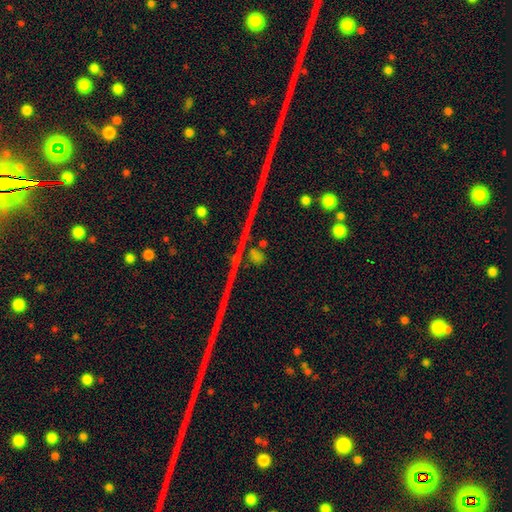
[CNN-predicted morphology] The model was most divided on "smooth or featured": star or artifact: 62%, smooth: 20%, featured or disk: 18%.